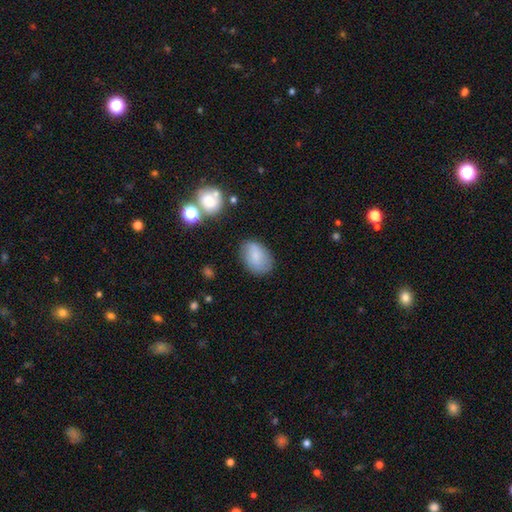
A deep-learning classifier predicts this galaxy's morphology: smooth_or_featured: smooth (p=0.79) [alt: featured or disk p=0.13]
how_rounded: in between (p=0.84) [alt: round p=0.15]
merging: none (p=0.75) [alt: minor disturbance p=0.17]